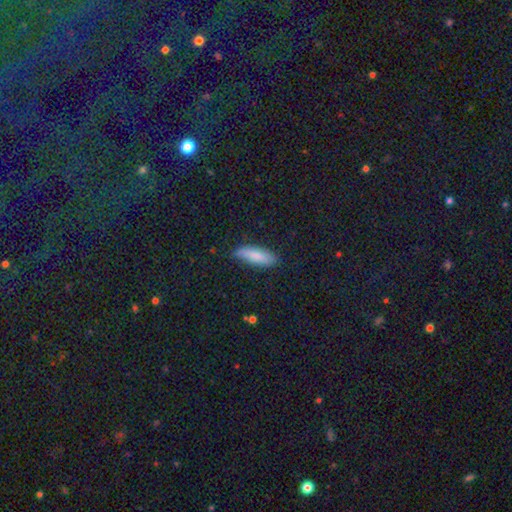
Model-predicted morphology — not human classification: smooth-or-featured: smooth: 81% | featured or disk: 11% | star or artifact: 8%
  how-rounded: cigar-shaped: 55% | in between: 43% | round: 2%
  merging: none: 80% | minor disturbance: 15% | major disturbance: 3% | merger: 1%